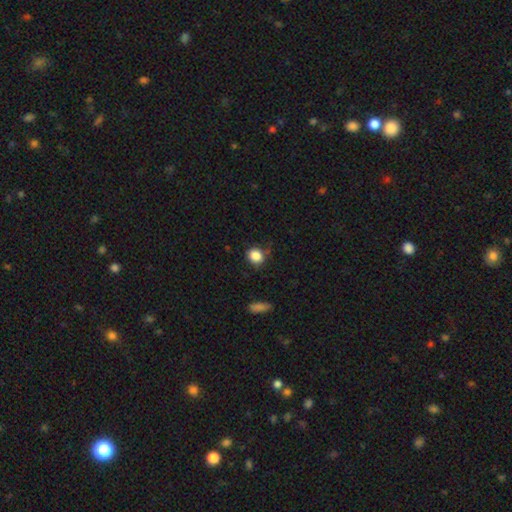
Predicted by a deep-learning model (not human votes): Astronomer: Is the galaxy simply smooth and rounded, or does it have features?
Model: smooth — 86%.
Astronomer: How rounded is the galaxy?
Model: round — 75%.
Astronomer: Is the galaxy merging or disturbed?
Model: none — 74%.